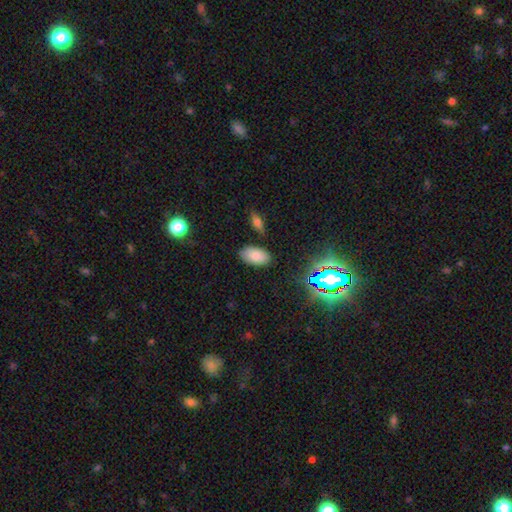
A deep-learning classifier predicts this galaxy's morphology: A smooth galaxy with no disk features (80%) that is in between round and cigar-shaped (94%). Merging: none (84%).